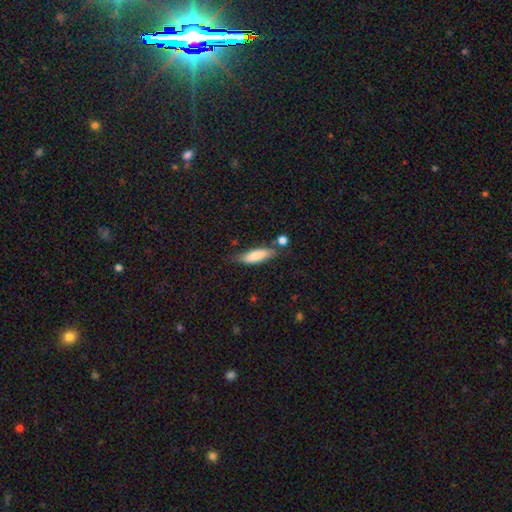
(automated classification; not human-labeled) Morphology: type=smooth (78%); roundness=in between (52%); merging=none (63%).